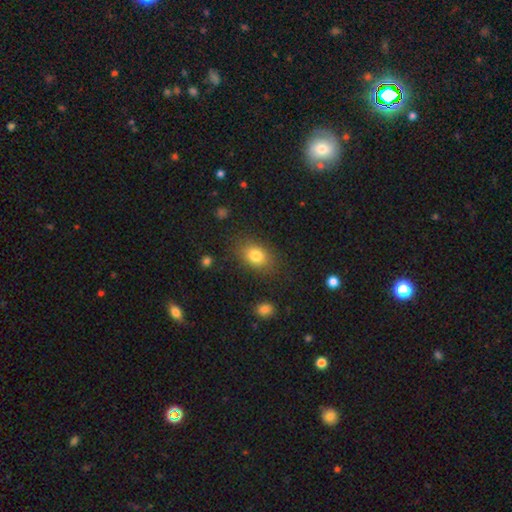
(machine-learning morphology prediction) smooth 81%, star or artifact 10%, featured or disk 9%. Down the decision tree: how rounded — in between (72%); merging — none (81%).